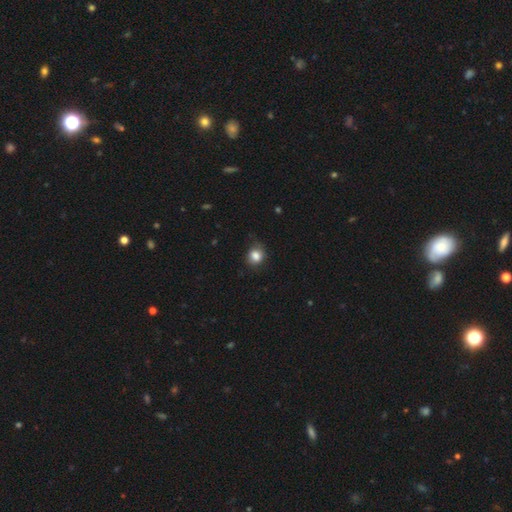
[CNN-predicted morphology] smooth 83%, star or artifact 10%, featured or disk 7%. Down the decision tree: how rounded — round (67%); merging — none (66%).